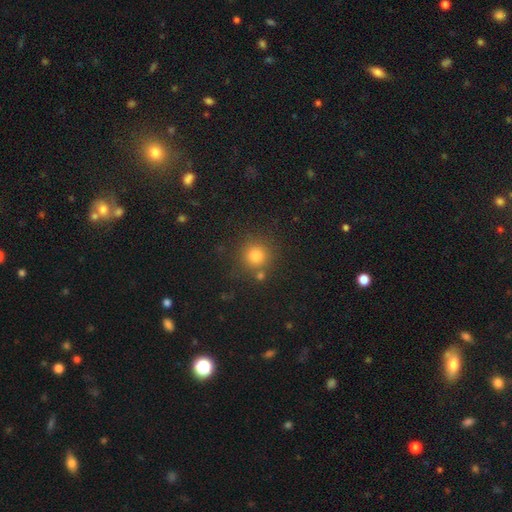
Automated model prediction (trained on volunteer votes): smooth-or-featured: smooth: 78% | star or artifact: 15% | featured or disk: 6%
  how-rounded: round: 93% | in between: 6% | cigar-shaped: 1%
  merging: none: 80% | merger: 9% | minor disturbance: 8% | major disturbance: 3%